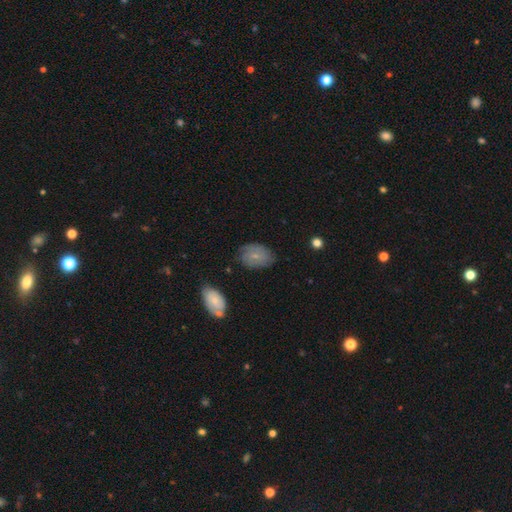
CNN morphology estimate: Smooth or featured? Predicted: smooth (p=0.58). How rounded? Predicted: in between (p=0.76). Merging? Predicted: none (p=0.66).